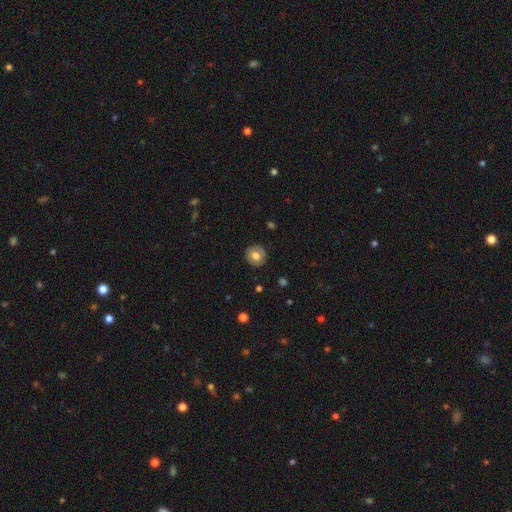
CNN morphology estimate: smooth_or_featured: smooth (p=0.70) [alt: featured or disk p=0.22]
how_rounded: round (p=0.88) [alt: in between p=0.11]
merging: none (p=0.87) [alt: minor disturbance p=0.09]